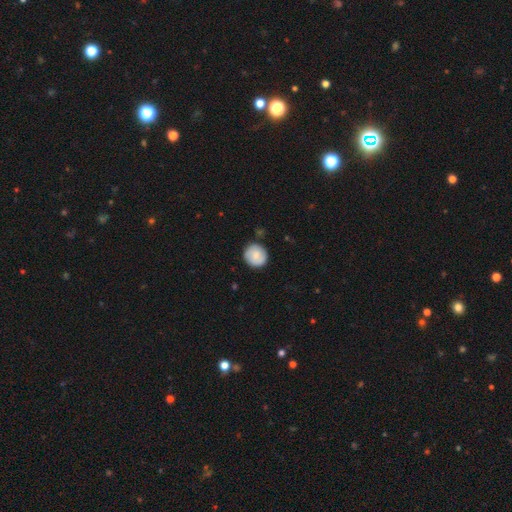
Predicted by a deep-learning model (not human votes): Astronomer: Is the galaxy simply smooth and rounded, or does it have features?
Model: smooth — 76%.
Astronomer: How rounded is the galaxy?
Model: round — 92%.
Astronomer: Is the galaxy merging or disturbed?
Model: none — 86%.